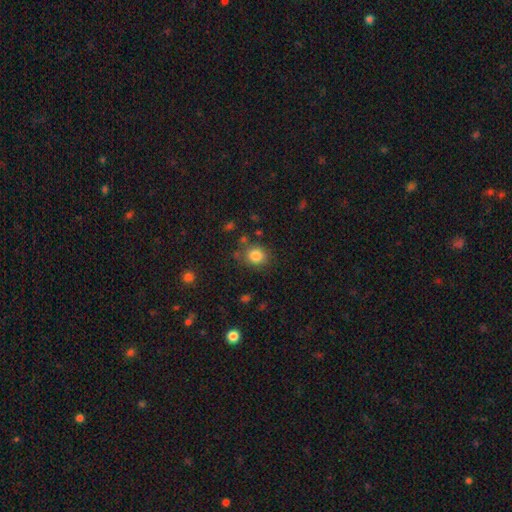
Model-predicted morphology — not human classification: smooth 83%, star or artifact 11%, featured or disk 6%. Down the decision tree: how rounded — round (78%); merging — none (78%).